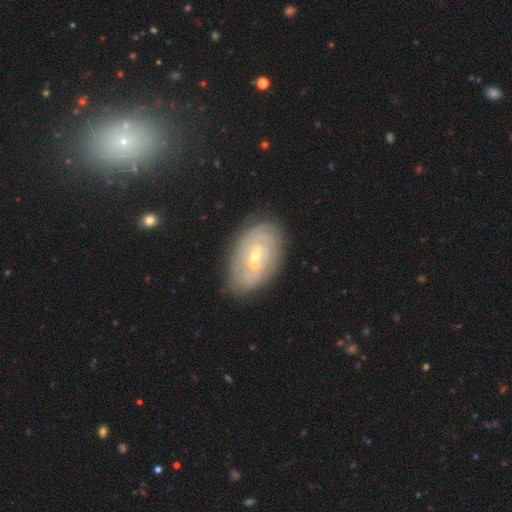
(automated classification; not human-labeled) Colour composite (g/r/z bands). It shows a featured or disk galaxy (68%) with no bar (55%), spiral arms (67%) and a small central bulge (61%). Merging: none (63%).